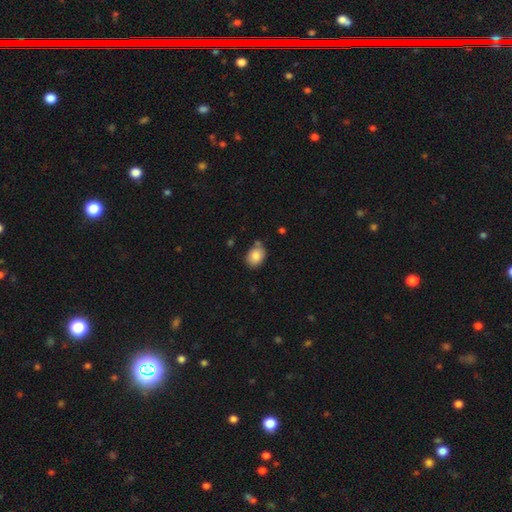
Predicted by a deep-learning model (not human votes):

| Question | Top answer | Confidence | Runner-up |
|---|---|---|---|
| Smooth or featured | smooth | 86% | star or artifact (8%) |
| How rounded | in between | 64% | round (35%) |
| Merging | none | 72% | minor disturbance (18%) |